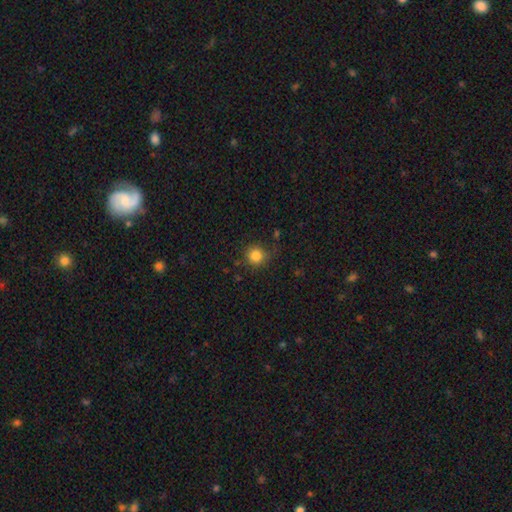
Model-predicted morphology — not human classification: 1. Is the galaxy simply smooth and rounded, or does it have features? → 84% smooth, 11% star or artifact, 5% featured or disk.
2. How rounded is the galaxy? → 93% round, 6% in between, 1% cigar-shaped.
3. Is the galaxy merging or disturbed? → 80% none, 13% minor disturbance, 5% major disturbance, 2% merger.